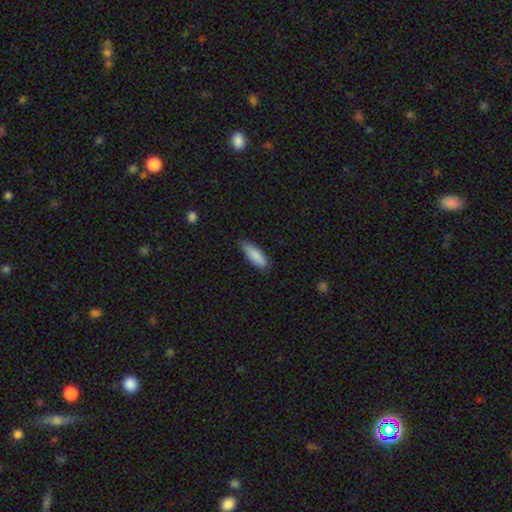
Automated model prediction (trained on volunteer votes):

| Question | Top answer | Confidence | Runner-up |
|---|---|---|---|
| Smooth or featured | smooth | 86% | featured or disk (8%) |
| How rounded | in between | 63% | cigar-shaped (35%) |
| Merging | none | 78% | minor disturbance (18%) |